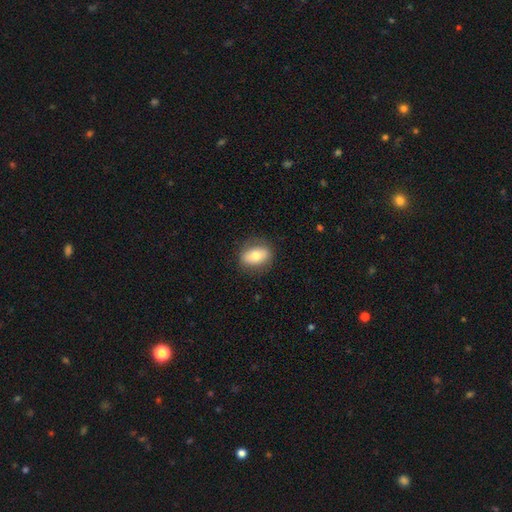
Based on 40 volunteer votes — Morphology: type=smooth (70%); roundness=in between (71%); merging=none (86%).